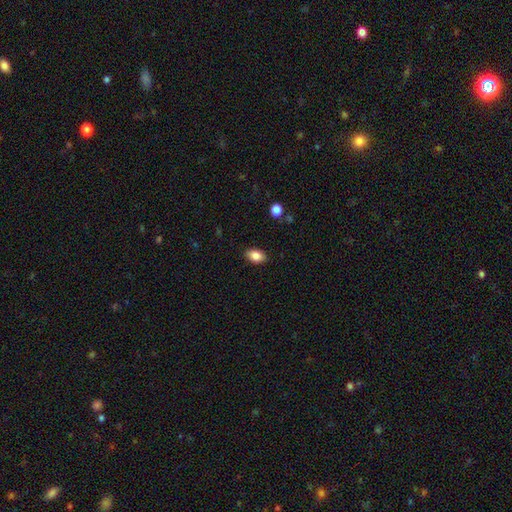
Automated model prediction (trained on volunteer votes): smooth-or-featured: smooth: 85% | star or artifact: 8% | featured or disk: 7%
  how-rounded: in between: 89% | round: 9% | cigar-shaped: 2%
  merging: none: 86% | minor disturbance: 10% | major disturbance: 2% | merger: 1%